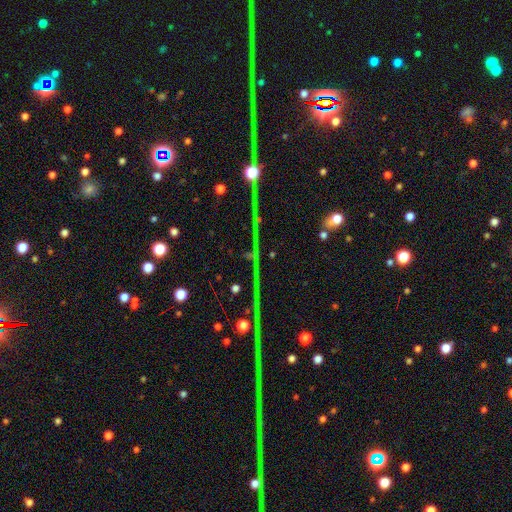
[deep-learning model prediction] Smooth or featured: star or artifact — 81% (featured or disk — 10%)